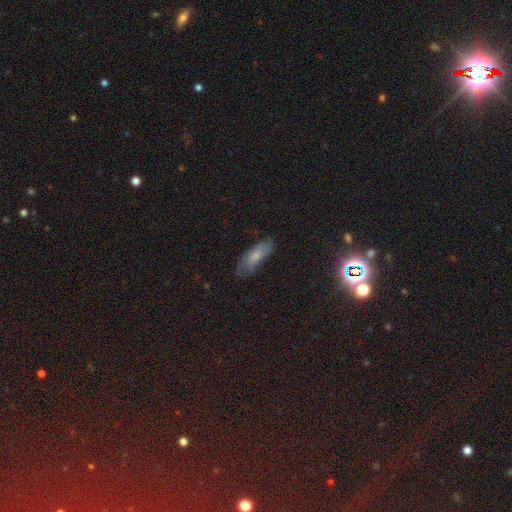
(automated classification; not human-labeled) smooth-or-featured: smooth: 64% | featured or disk: 26% | star or artifact: 11%
  how-rounded: in between: 60% | cigar-shaped: 38% | round: 2%
  merging: none: 69% | minor disturbance: 23% | major disturbance: 6% | merger: 2%